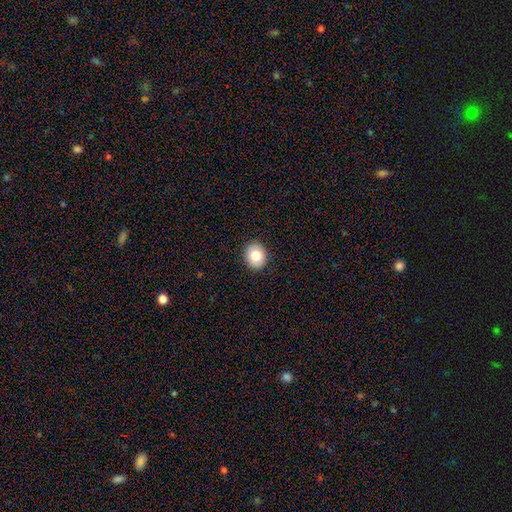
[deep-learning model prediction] Overall: smooth (81%). How rounded: round (64%; in between 35%). Merging: none (91%).